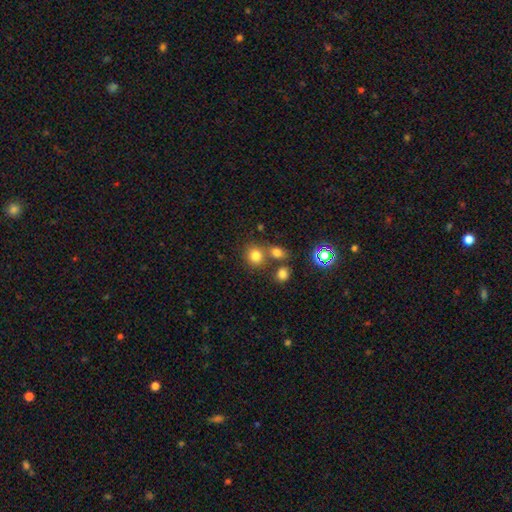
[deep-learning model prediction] Smooth or featured? smooth (77%)
How rounded? round (79%)
Merging? none (63%)